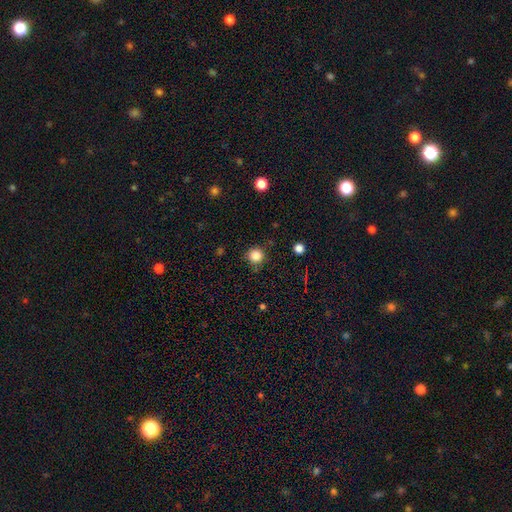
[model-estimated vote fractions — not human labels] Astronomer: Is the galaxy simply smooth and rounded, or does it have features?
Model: smooth — 83%.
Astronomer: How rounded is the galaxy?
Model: round — 94%.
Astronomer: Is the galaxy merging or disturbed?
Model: none — 82%.